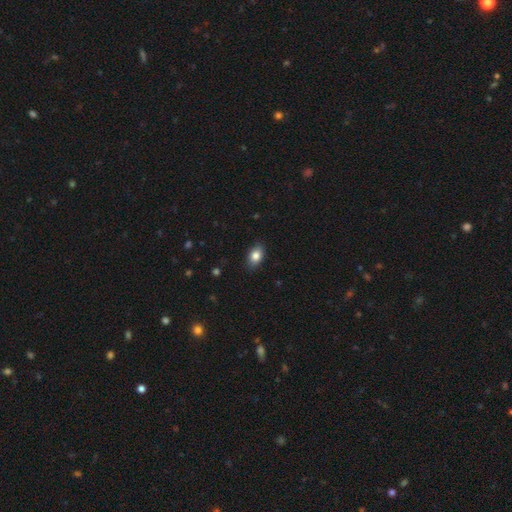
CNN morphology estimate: type=smooth (83%); roundness=in between (85%); merging=none (86%).